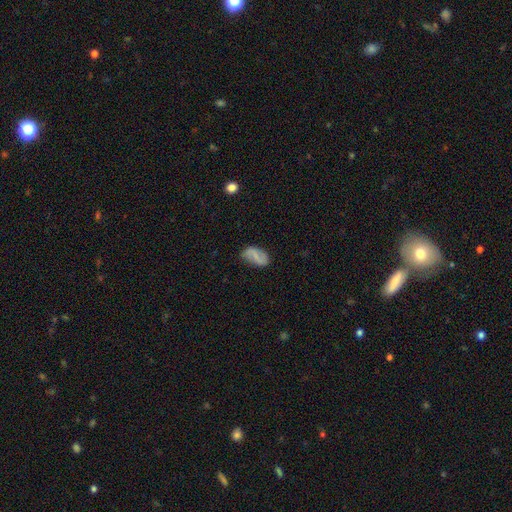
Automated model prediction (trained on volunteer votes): smooth_or_featured: smooth (p=0.47) [alt: featured or disk p=0.44]
merging: none (p=0.73) [alt: minor disturbance p=0.20]